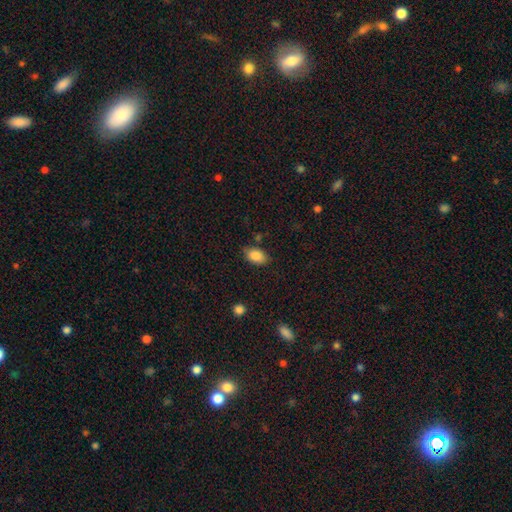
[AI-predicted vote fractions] This appears to be a smooth galaxy with no disk features (86%) that is in between round and cigar-shaped (89%). Merging: none (78%).